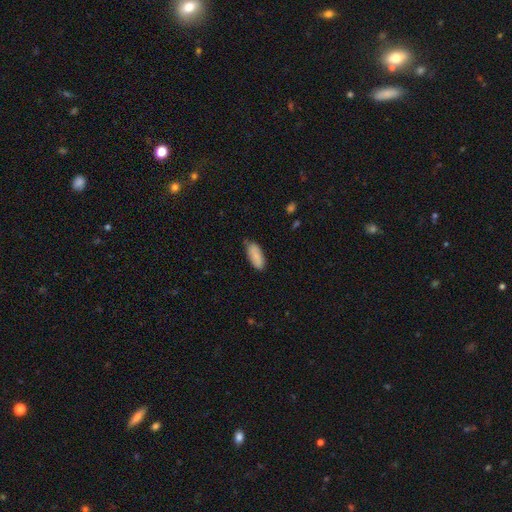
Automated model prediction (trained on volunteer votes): Q: Smooth or featured?
A: smooth (83%); runner-up: featured or disk (10%)
Q: How rounded?
A: in between (84%); runner-up: cigar-shaped (14%)
Q: Merging?
A: none (73%); runner-up: minor disturbance (22%)